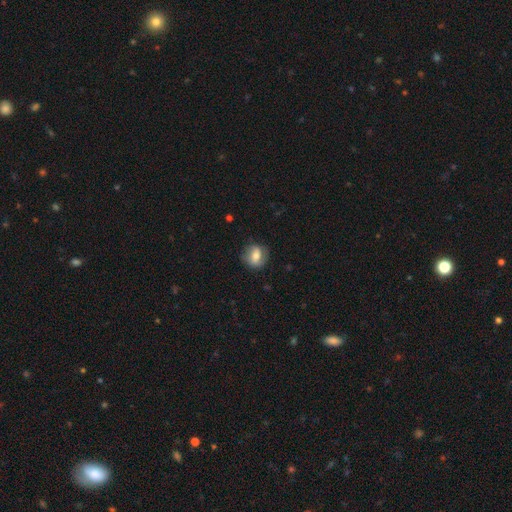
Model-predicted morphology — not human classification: This is likely a smooth galaxy (61%). How rounded: likely round (65%). Merging: likely none (77%).